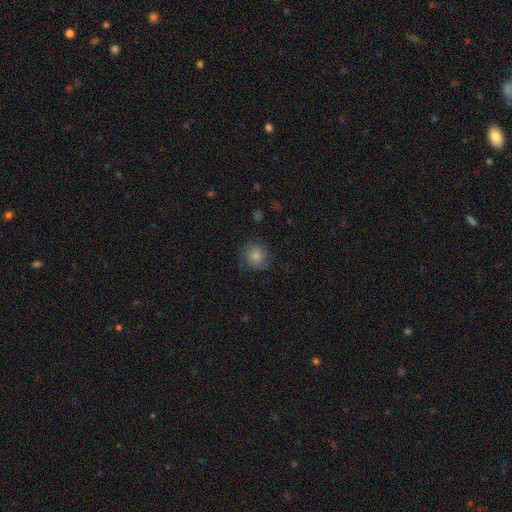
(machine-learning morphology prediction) Smooth or featured? smooth (78%)
How rounded? round (85%)
Merging? none (73%)